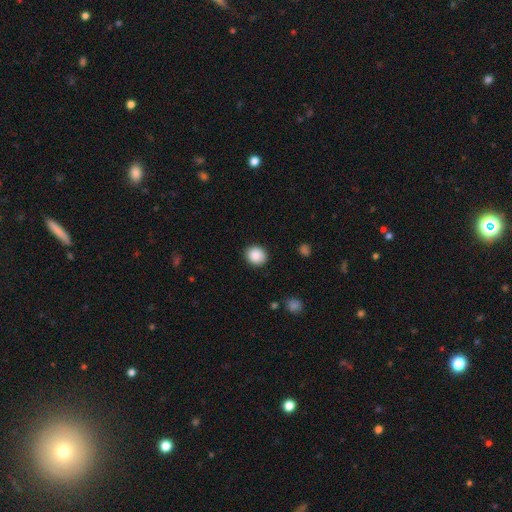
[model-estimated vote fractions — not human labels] Overall: smooth (88%). How rounded: round (79%). Merging: none (90%).